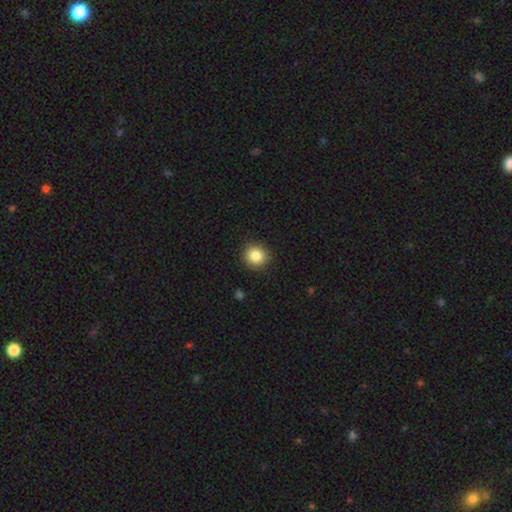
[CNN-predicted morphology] smooth-or-featured: smooth: 85% | star or artifact: 10% | featured or disk: 4%
  how-rounded: round: 90% | in between: 9% | cigar-shaped: 1%
  merging: none: 91% | minor disturbance: 6% | major disturbance: 2% | merger: 1%